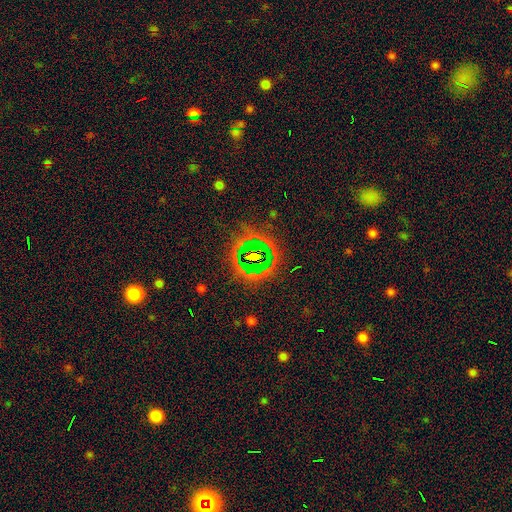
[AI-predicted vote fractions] This is likely a star or artifact rather than a galaxy (74%).